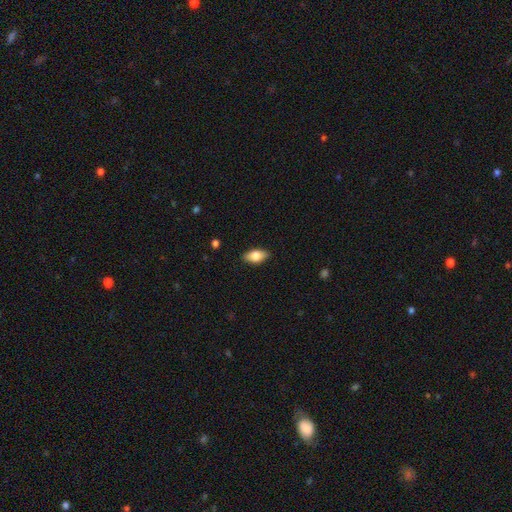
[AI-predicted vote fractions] This is likely a smooth galaxy (75%). How rounded: clearly in between (89%). Merging: clearly none (86%).